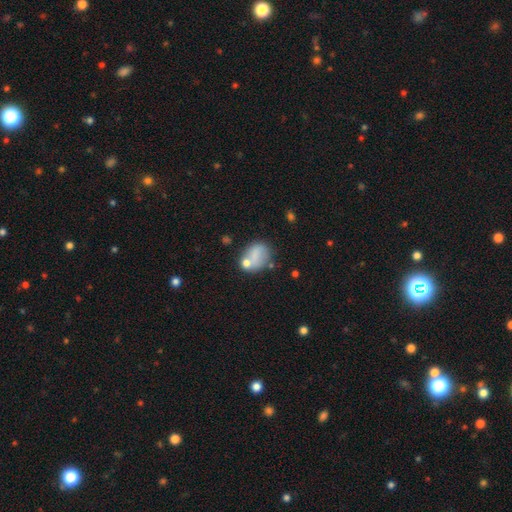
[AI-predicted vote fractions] Overall: smooth (70%). How rounded: in between (51%; round 48%). Merging: none (46%; minor disturbance 22%).